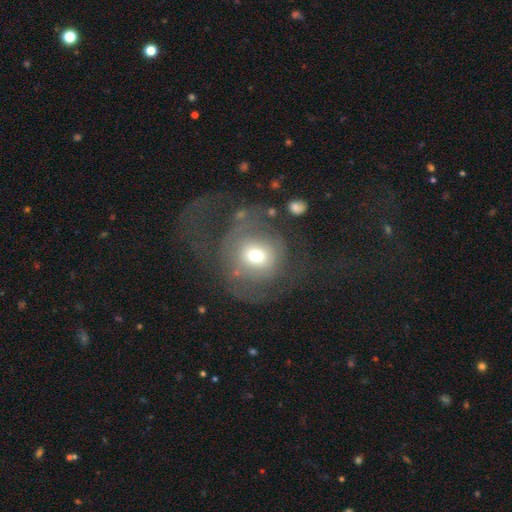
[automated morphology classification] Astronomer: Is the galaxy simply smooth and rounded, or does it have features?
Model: smooth — 46% (runner-up: featured or disk, 43%).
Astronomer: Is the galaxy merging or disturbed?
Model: major disturbance — 44% (runner-up: none, 38%).